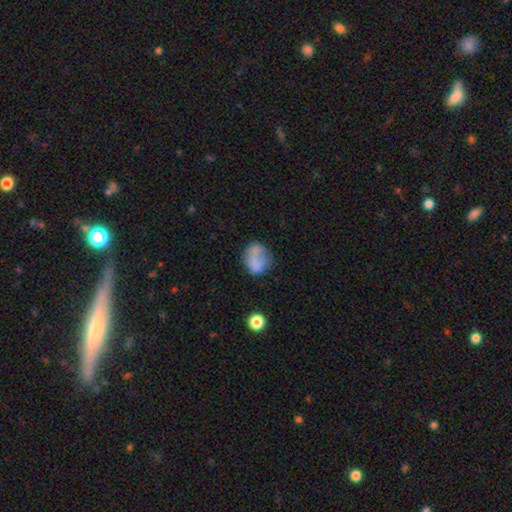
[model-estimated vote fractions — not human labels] Morphology: type=smooth (69%); roundness=round (55%); merging=none (45%).